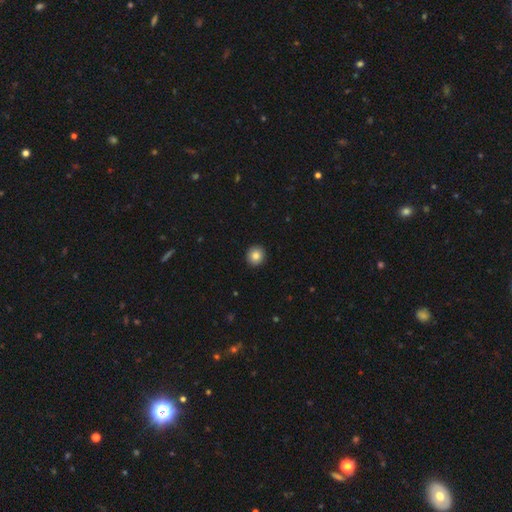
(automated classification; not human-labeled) Smooth or featured: smooth — 84% (star or artifact — 9%)
How rounded: round — 94% (in between — 5%)
Merging: none — 93% (minor disturbance — 4%)